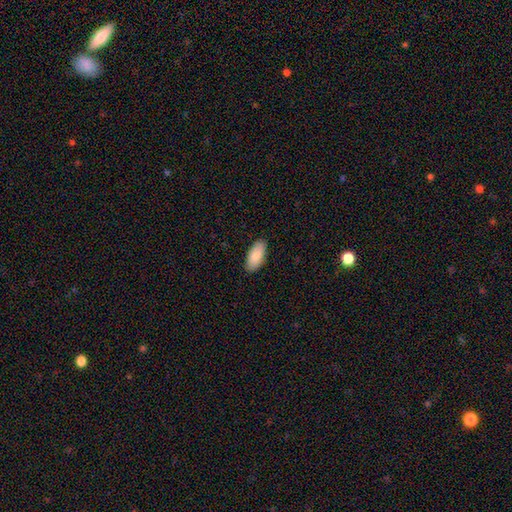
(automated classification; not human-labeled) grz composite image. It shows a smooth galaxy with no disk features (86%) that is in between round and cigar-shaped (92%). Merging: none (89%).